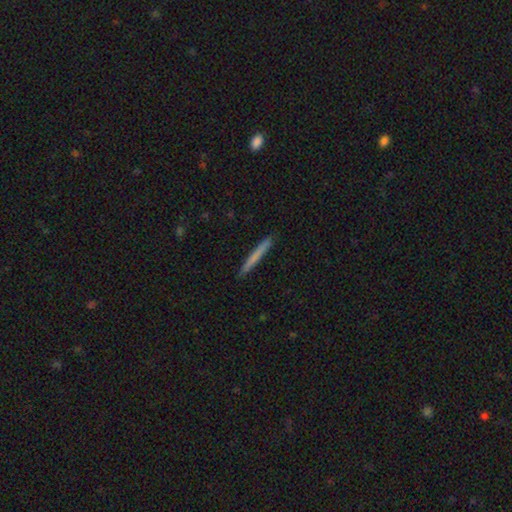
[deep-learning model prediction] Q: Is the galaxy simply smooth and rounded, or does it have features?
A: smooth — 70%.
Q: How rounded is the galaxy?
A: cigar-shaped — 97%.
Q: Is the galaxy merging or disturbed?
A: none — 91%.